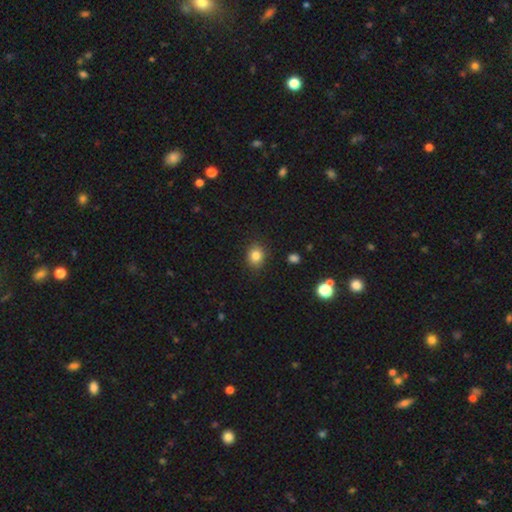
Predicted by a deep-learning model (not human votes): The model was most divided on "how rounded": round: 66%, in between: 33%, cigar-shaped: 1%. More confident: merging — none (87%); smooth or featured — smooth (83%).